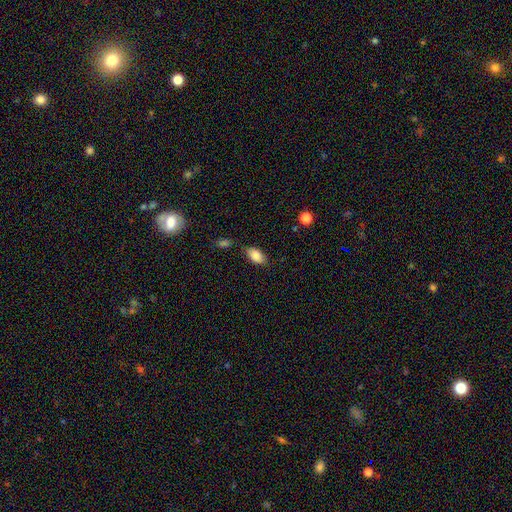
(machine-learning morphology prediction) smooth-or-featured: smooth: 85% | featured or disk: 8% | star or artifact: 8%
  how-rounded: in between: 92% | round: 5% | cigar-shaped: 3%
  merging: none: 75% | minor disturbance: 16% | merger: 5% | major disturbance: 4%